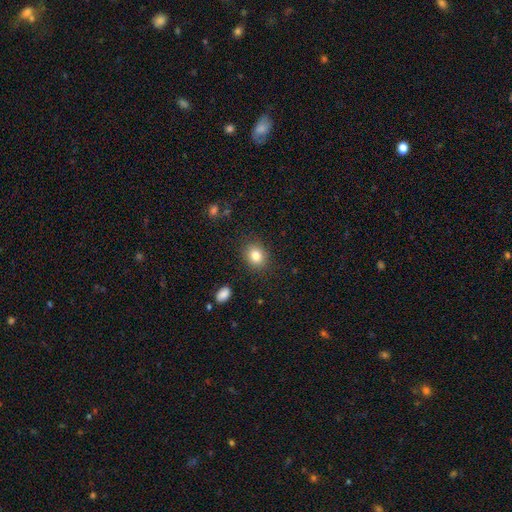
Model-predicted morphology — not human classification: type=smooth (83%); roundness=round (56%); merging=none (87%).